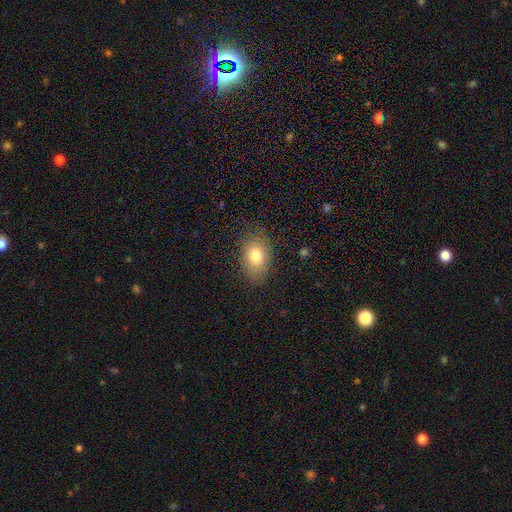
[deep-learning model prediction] smooth-or-featured: smooth: 77% | featured or disk: 13% | star or artifact: 9%
  how-rounded: in between: 82% | round: 16% | cigar-shaped: 1%
  merging: none: 81% | minor disturbance: 14% | major disturbance: 4% | merger: 1%